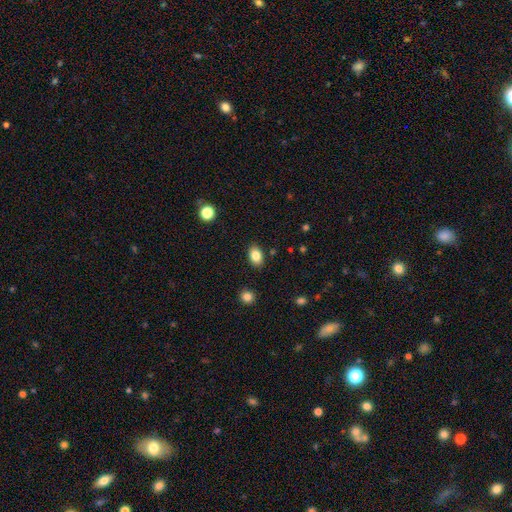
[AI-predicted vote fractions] A smooth galaxy with no disk features (84%) that is in between round and cigar-shaped (84%).

Vote fractions:
- Smooth or featured? smooth: 84% / star or artifact: 9% / featured or disk: 7%
- How rounded? in between: 84% / round: 15% / cigar-shaped: 1%
- Merging? none: 88% / minor disturbance: 8% / major disturbance: 2% / merger: 2%